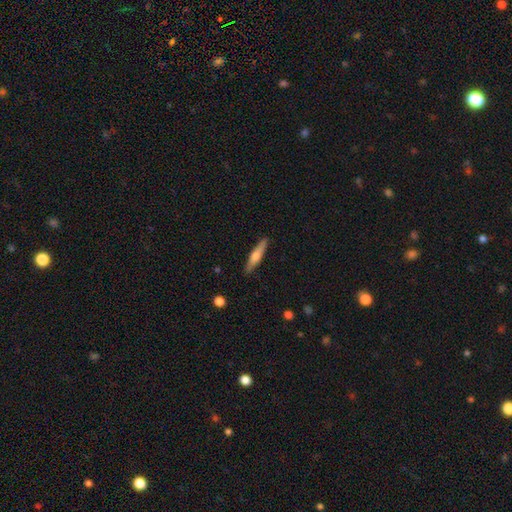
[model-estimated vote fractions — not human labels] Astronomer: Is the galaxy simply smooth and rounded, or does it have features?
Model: smooth — 48% (runner-up: featured or disk, 46%).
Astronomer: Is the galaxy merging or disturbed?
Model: none — 89%.